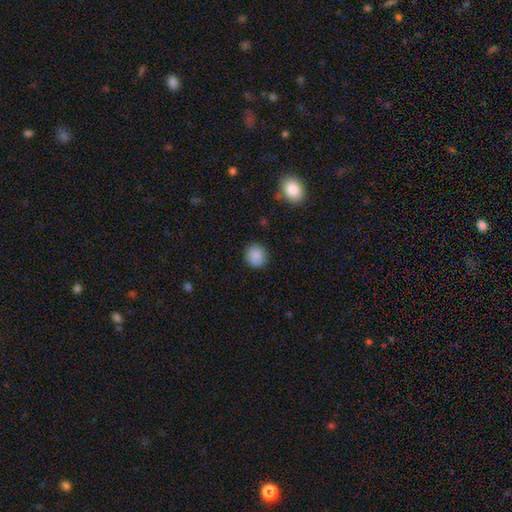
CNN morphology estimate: Overall: smooth (87%). How rounded: round (88%). Merging: none (87%).